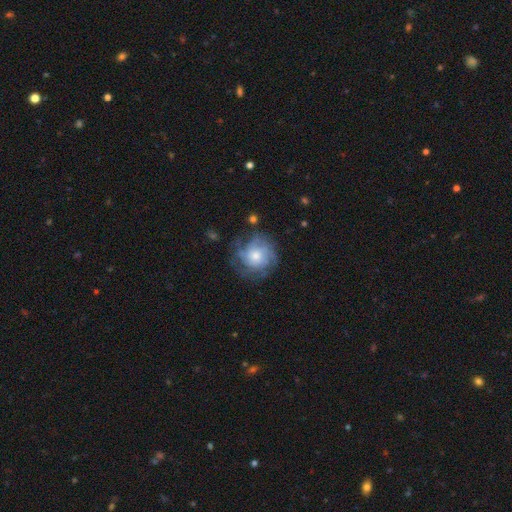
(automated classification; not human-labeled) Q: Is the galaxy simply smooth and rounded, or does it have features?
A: featured or disk — 63%.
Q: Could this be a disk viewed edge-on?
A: no — 97%.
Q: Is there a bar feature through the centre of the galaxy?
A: no — 81%.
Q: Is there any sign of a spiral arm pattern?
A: yes — 83%.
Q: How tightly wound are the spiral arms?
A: tight — 56%.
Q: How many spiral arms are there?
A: can't tell — 45%.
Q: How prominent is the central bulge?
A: moderate — 47%.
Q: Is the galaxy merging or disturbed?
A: none — 67%.